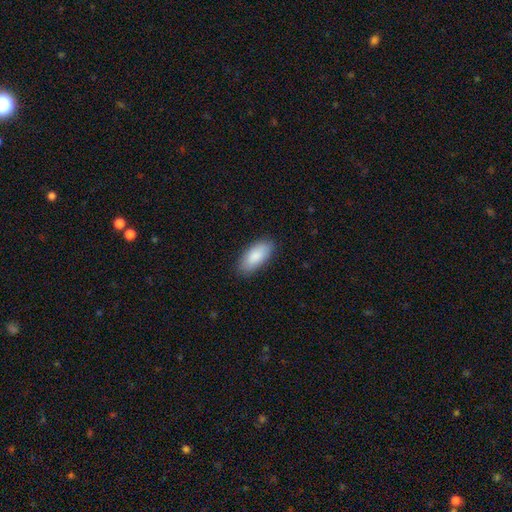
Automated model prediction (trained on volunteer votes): Smooth or featured? smooth (88%)
How rounded? in between (88%)
Merging? none (86%)